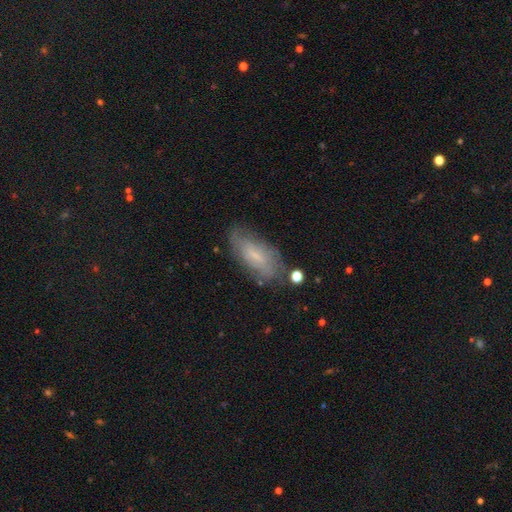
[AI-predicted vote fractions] Overall: smooth (50%; featured or disk 42%). Merging: none (69%).